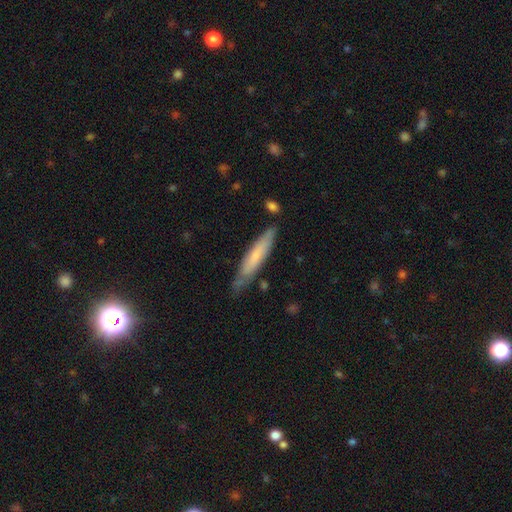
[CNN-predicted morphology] Overall: smooth (62%; featured or disk 33%). How rounded: cigar-shaped (87%). Merging: none (72%).